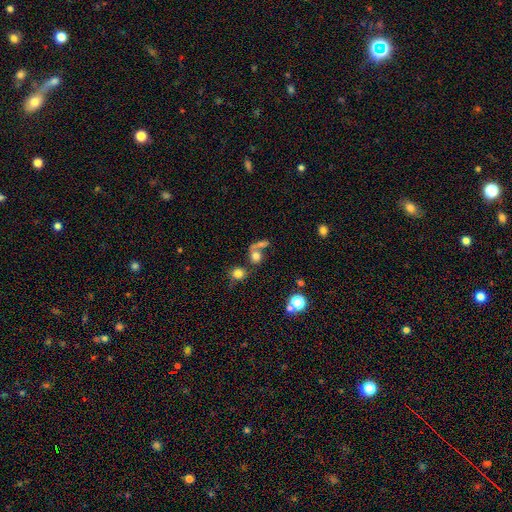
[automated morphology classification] This appears to be a smooth galaxy with no disk features (65%) that is round (65%). Merging: merger (43%).